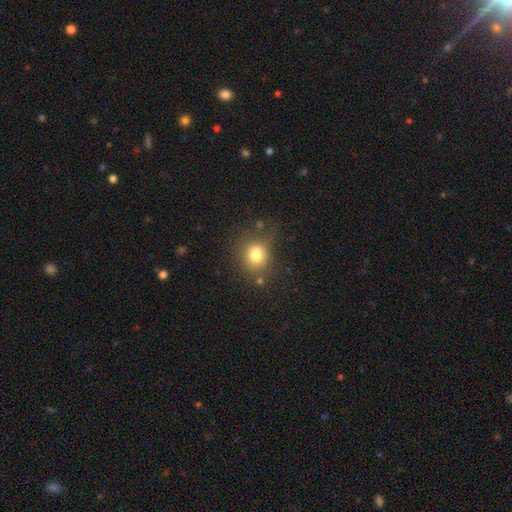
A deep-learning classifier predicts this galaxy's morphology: smooth_or_featured: smooth (p=0.77) [alt: star or artifact p=0.12]
how_rounded: round (p=0.66) [alt: in between p=0.33]
merging: none (p=0.59) [alt: minor disturbance p=0.20]